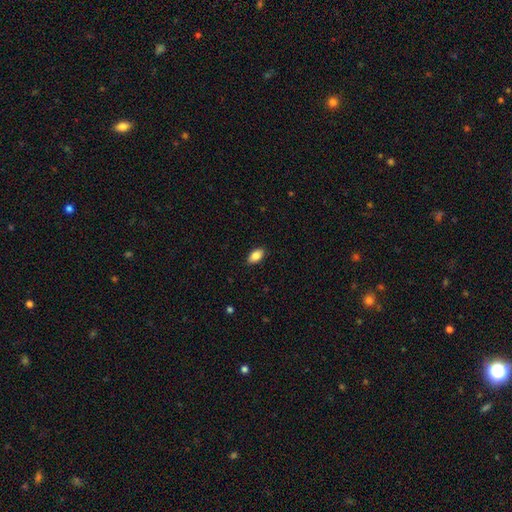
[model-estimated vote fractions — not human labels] Smooth or featured?
  - smooth: 85% *
  - star or artifact: 7%
  - featured or disk: 7%
How rounded?
  - in between: 92% *
  - round: 5%
  - cigar-shaped: 3%
Merging?
  - none: 88% *
  - minor disturbance: 9%
  - major disturbance: 2%
  - merger: 1%